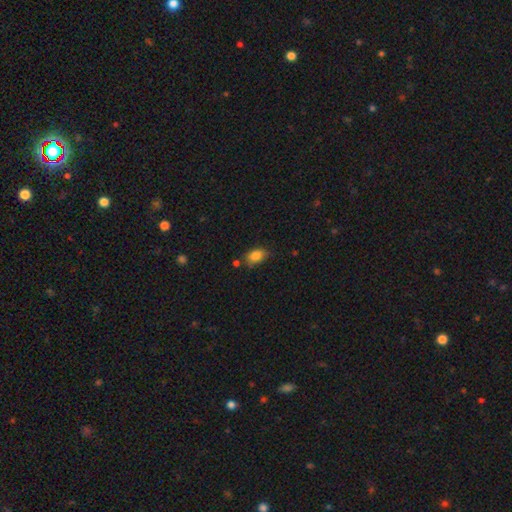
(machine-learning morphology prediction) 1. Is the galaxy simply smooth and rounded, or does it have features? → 84% smooth, 9% star or artifact, 7% featured or disk.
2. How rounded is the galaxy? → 83% in between, 15% round, 2% cigar-shaped.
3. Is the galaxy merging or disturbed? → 63% none, 26% minor disturbance, 6% major disturbance, 6% merger.